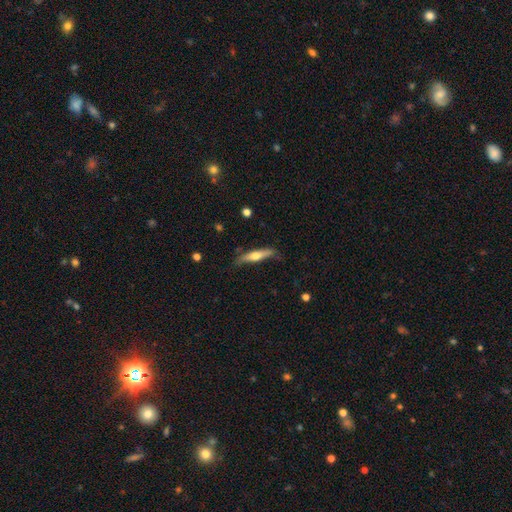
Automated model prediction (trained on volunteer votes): Overall: featured or disk (49%; smooth 46%). Merging: none (72%).